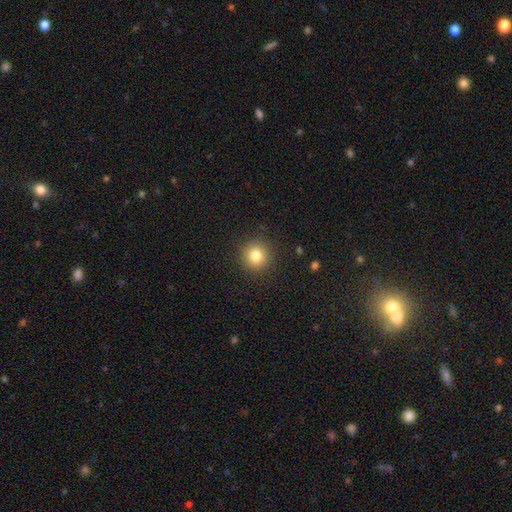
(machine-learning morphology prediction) smooth-or-featured: smooth: 82% | star or artifact: 11% | featured or disk: 7%
  how-rounded: round: 93% | in between: 6% | cigar-shaped: 1%
  merging: none: 90% | minor disturbance: 6% | major disturbance: 2% | merger: 1%